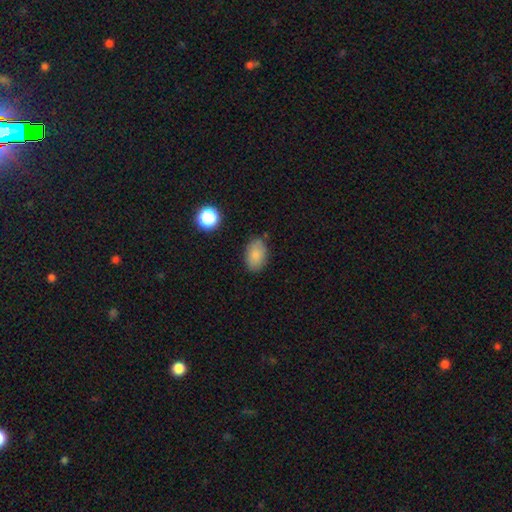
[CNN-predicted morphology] Smooth or featured?
  - smooth: 84% *
  - star or artifact: 9%
  - featured or disk: 8%
How rounded?
  - in between: 88% *
  - round: 11%
  - cigar-shaped: 1%
Merging?
  - none: 79% *
  - minor disturbance: 15%
  - major disturbance: 3%
  - merger: 2%